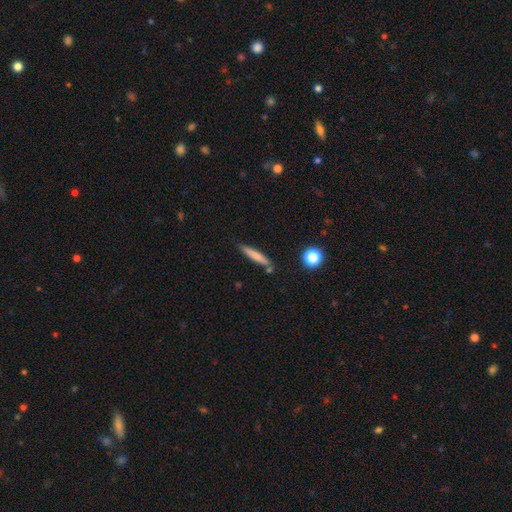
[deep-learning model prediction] A smooth galaxy with no disk features (73%) that is cigar-shaped (92%).

Vote fractions:
- Smooth or featured? smooth: 73% / featured or disk: 21% / star or artifact: 7%
- How rounded? cigar-shaped: 92% / in between: 7% / round: 2%
- Merging? none: 77% / minor disturbance: 13% / merger: 7% / major disturbance: 3%